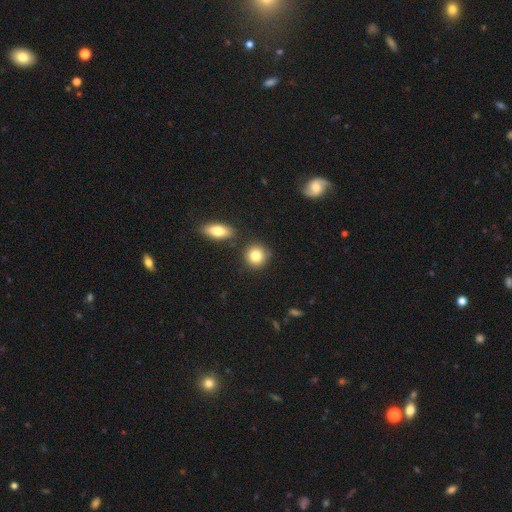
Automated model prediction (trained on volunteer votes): This appears to be a smooth galaxy with no disk features (83%) that is round (84%). Merging: none (80%).